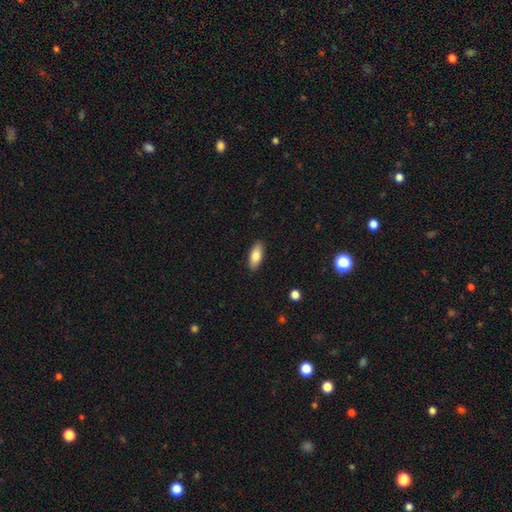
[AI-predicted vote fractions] smooth 82%, featured or disk 11%, star or artifact 6%. Down the decision tree: how rounded — in between (83%); merging — none (89%).